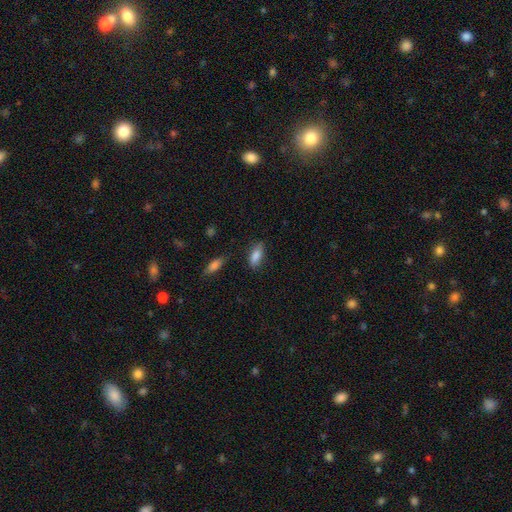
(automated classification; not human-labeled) A smooth galaxy with no disk features (85%) that is in between round and cigar-shaped (83%).

Vote fractions:
- Smooth or featured? smooth: 85% / featured or disk: 8% / star or artifact: 7%
- How rounded? in between: 83% / cigar-shaped: 14% / round: 2%
- Merging? none: 78% / minor disturbance: 16% / major disturbance: 3% / merger: 2%